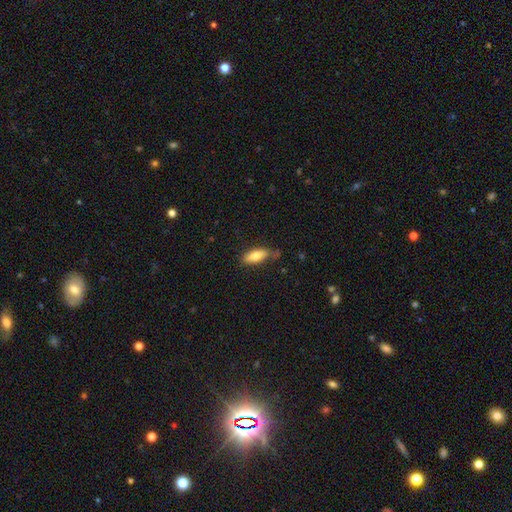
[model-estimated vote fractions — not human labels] The model was most divided on "how rounded": in between: 70%, cigar-shaped: 27%, round: 2%. More confident: smooth or featured — smooth (79%); merging — none (68%).